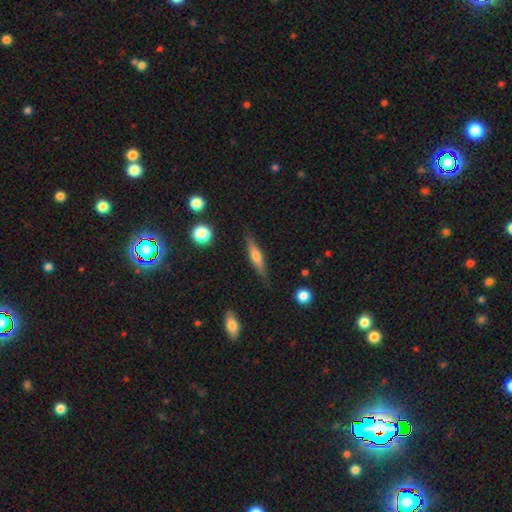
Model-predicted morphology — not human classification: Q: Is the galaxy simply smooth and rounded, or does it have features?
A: featured or disk — 48%.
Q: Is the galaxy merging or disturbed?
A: none — 85%.